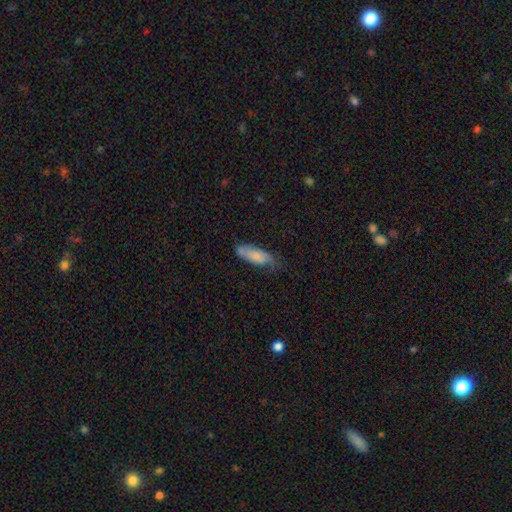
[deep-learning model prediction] smooth 64%, featured or disk 29%, star or artifact 7%. Down the decision tree: how rounded — in between (66%); merging — none (58%).